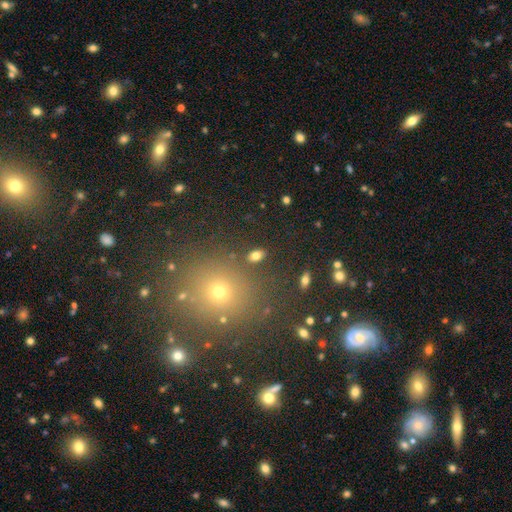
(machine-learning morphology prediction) A smooth galaxy with no disk features (78%) that is in between round and cigar-shaped (85%). Merging: none (85%).